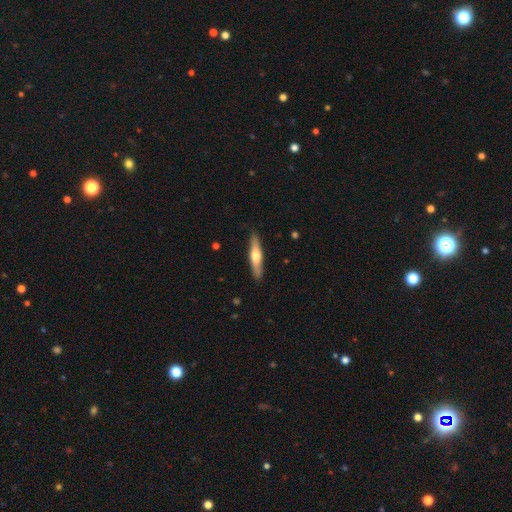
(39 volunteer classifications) Smooth or featured: featured or disk — 56% (smooth — 33%)
Edge-on disk: yes — 95% (no — 5%)
Edge-on bulge: rounded — 90% (none — 10%)
Merging: none — 89% (minor disturbance — 9%)